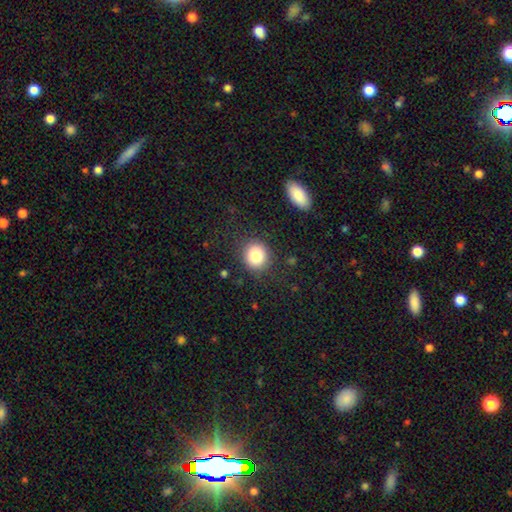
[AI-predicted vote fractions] Smooth or featured: smooth — 83% (star or artifact — 10%)
How rounded: round — 82% (in between — 17%)
Merging: none — 85% (minor disturbance — 9%)